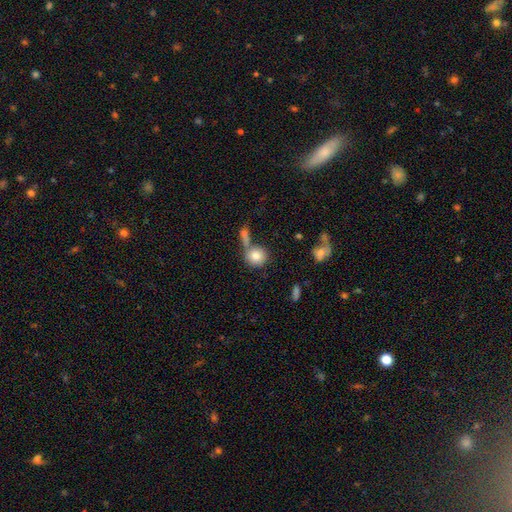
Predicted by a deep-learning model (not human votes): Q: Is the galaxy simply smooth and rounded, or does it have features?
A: smooth — 81%.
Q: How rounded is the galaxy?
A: round — 87%.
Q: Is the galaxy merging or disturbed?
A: none — 56%.